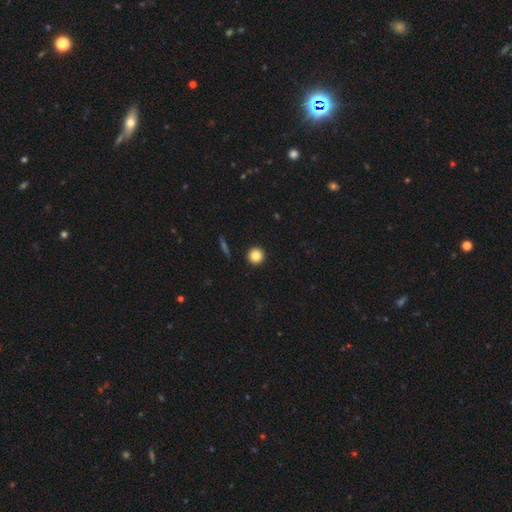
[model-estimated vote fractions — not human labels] Smooth or featured? Predicted: smooth (p=0.84). How rounded? Predicted: round (p=0.96). Merging? Predicted: none (p=0.93).